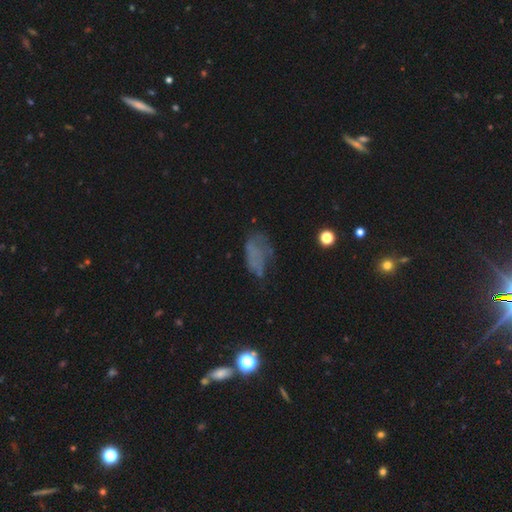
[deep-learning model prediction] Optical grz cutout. It shows a smooth galaxy with no disk features (44%). Merging: none (38%).